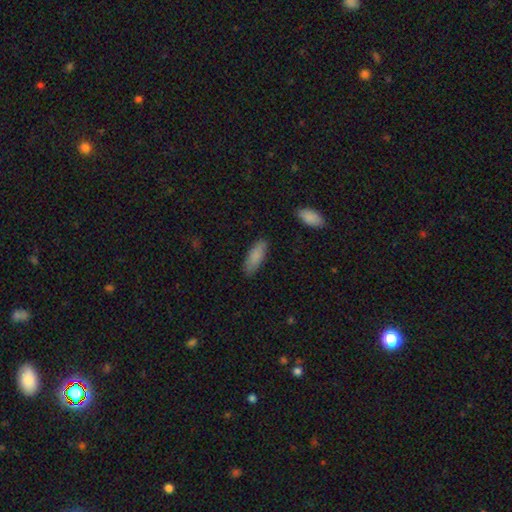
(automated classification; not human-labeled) smooth 86%, featured or disk 8%, star or artifact 6%. Down the decision tree: how rounded — in between (66%); merging — none (84%).